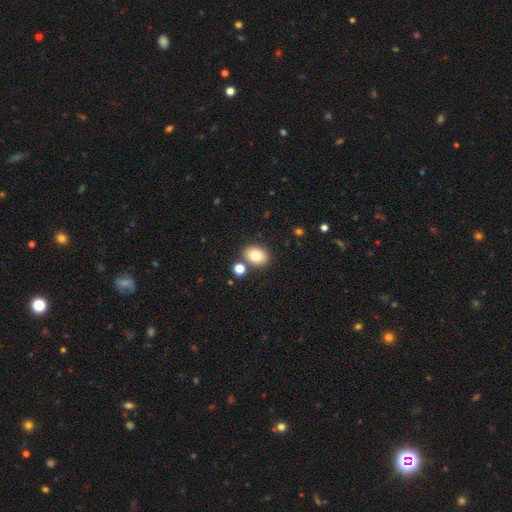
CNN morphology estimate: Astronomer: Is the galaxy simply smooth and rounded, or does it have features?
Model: smooth — 78%.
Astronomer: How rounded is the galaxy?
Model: in between — 61% (runner-up: round, 38%).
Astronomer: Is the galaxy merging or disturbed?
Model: none — 76%.